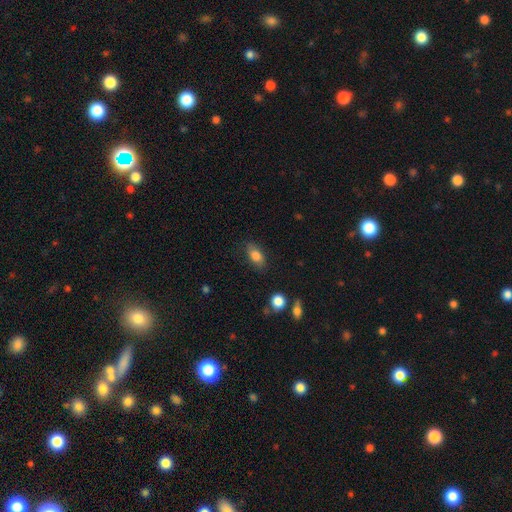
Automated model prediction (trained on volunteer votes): This is clearly a smooth galaxy (82%). How rounded: clearly in between (86%). Merging: clearly none (81%).